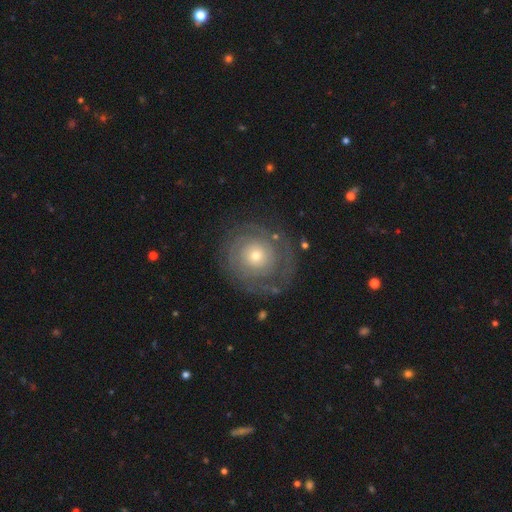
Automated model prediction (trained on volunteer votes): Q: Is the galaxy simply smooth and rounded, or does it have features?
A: featured or disk — 73%.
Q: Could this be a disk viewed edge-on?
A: no — 97%.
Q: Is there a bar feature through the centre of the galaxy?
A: no — 86%.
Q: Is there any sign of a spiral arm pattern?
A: yes — 82%.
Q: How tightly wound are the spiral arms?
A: tight — 80%.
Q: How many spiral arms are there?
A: can't tell — 42%.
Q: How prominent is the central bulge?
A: small — 52%.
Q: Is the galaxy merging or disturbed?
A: none — 77%.